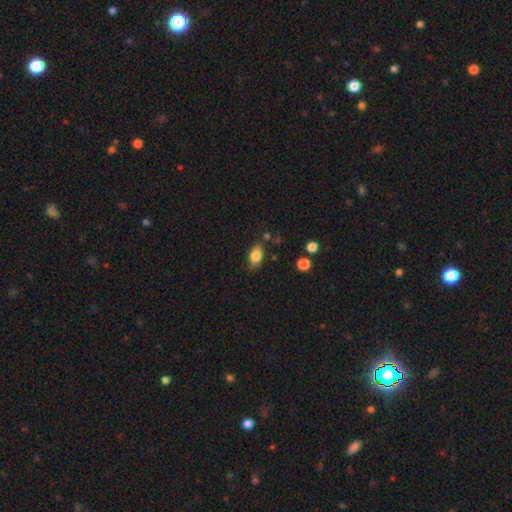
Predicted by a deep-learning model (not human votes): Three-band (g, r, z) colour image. It shows a smooth galaxy with no disk features (84%) that is in between round and cigar-shaped (84%). Merging: none (75%).